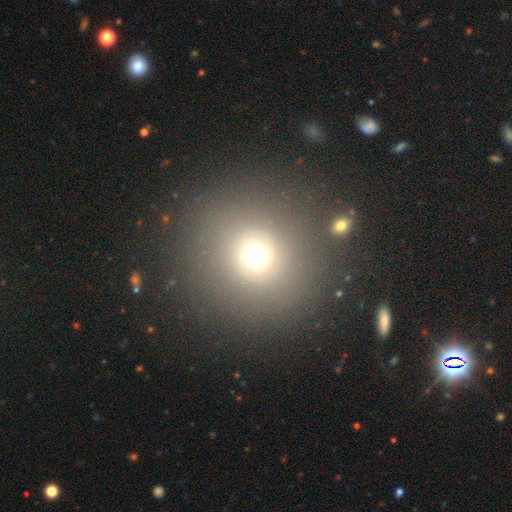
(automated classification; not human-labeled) A smooth galaxy with no disk features (67%) that is round (93%). Merging: none (86%).